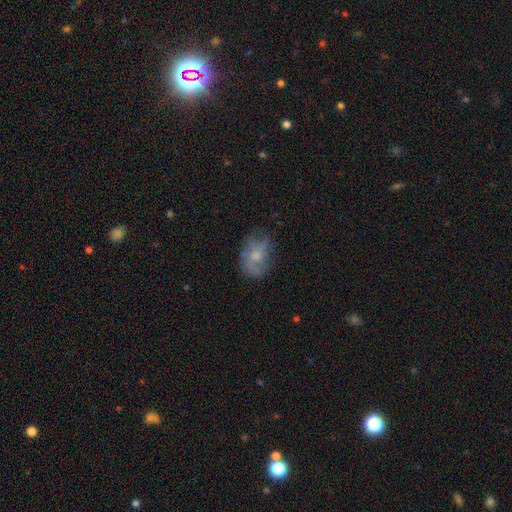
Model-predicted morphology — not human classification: Overall: smooth (50%; featured or disk 40%). Merging: none (51%; minor disturbance 28%).